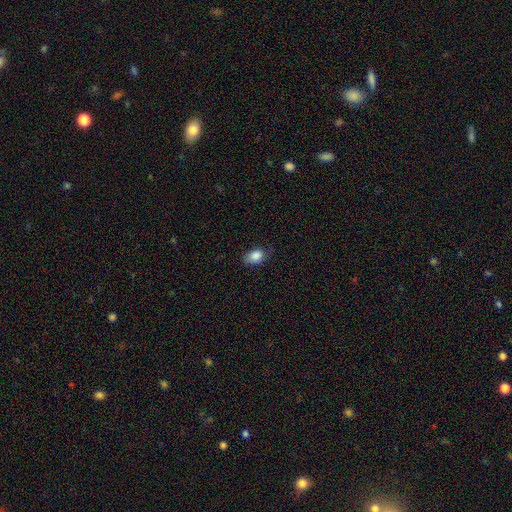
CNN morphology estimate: Smooth or featured?
  - smooth: 86% *
  - star or artifact: 8%
  - featured or disk: 6%
How rounded?
  - in between: 84% *
  - round: 14%
  - cigar-shaped: 2%
Merging?
  - none: 71% *
  - minor disturbance: 23%
  - major disturbance: 5%
  - merger: 1%